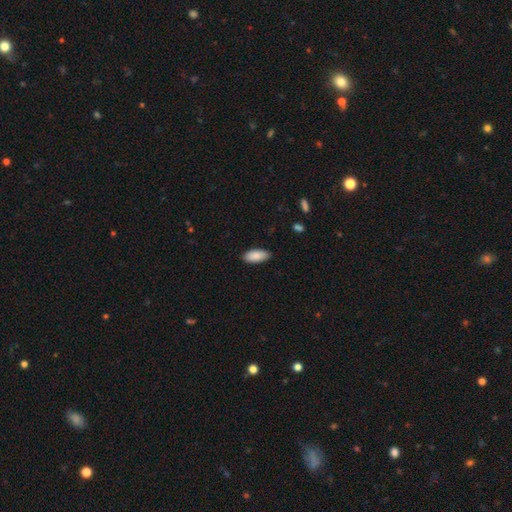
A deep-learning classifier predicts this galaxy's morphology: smooth-or-featured: smooth: 88% | star or artifact: 6% | featured or disk: 6%
  how-rounded: in between: 88% | cigar-shaped: 11% | round: 2%
  merging: none: 87% | minor disturbance: 10% | major disturbance: 2% | merger: 1%